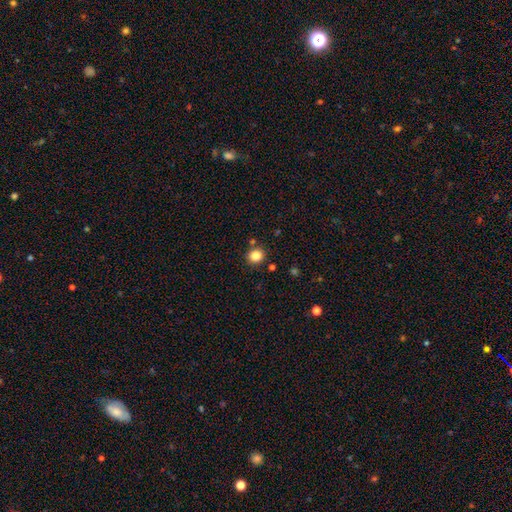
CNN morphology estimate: Overall: smooth (84%). How rounded: round (84%). Merging: none (85%).